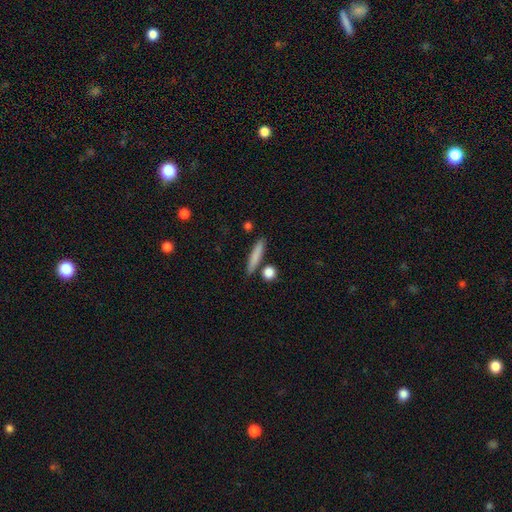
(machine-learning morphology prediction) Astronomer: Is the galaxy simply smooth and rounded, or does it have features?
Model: smooth — 80%.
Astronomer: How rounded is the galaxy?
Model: cigar-shaped — 83%.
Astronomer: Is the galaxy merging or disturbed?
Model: none — 83%.